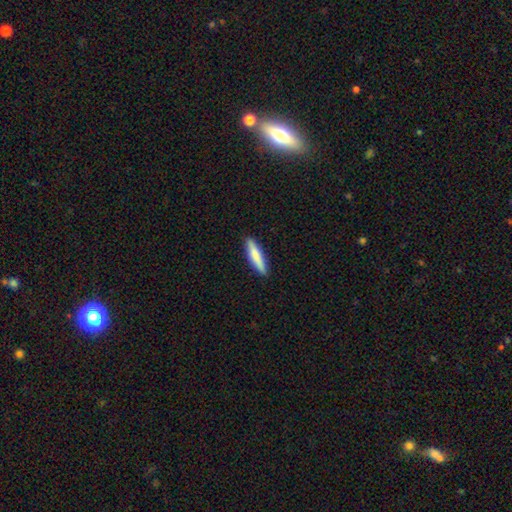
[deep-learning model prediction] A smooth galaxy with no disk features (76%) that is cigar-shaped (86%).

Vote fractions:
- Smooth or featured? smooth: 76% / featured or disk: 19% / star or artifact: 5%
- How rounded? cigar-shaped: 86% / in between: 13% / round: 1%
- Merging? none: 90% / minor disturbance: 8% / major disturbance: 2% / merger: 1%